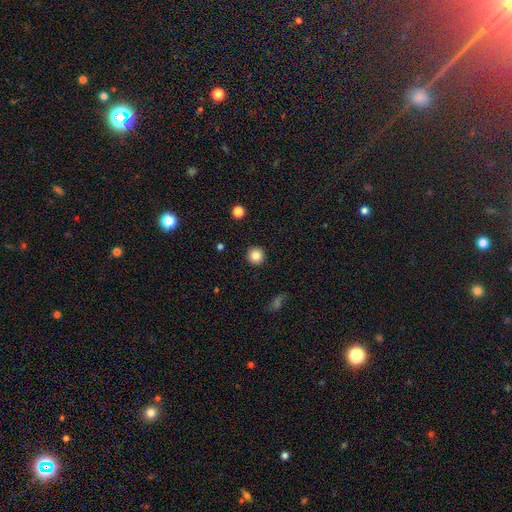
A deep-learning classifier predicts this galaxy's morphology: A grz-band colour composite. It shows a smooth galaxy with no disk features (84%) that is round (95%). Merging: none (92%).